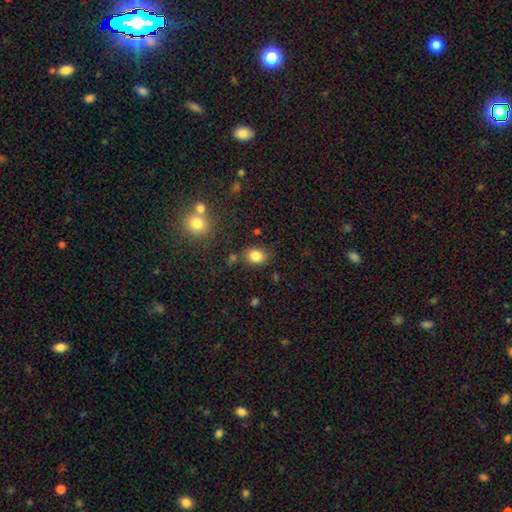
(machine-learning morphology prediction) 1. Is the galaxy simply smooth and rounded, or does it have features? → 83% smooth, 11% star or artifact, 6% featured or disk.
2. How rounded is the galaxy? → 52% round, 47% in between, 1% cigar-shaped.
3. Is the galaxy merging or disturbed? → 78% none, 13% minor disturbance, 5% merger, 4% major disturbance.